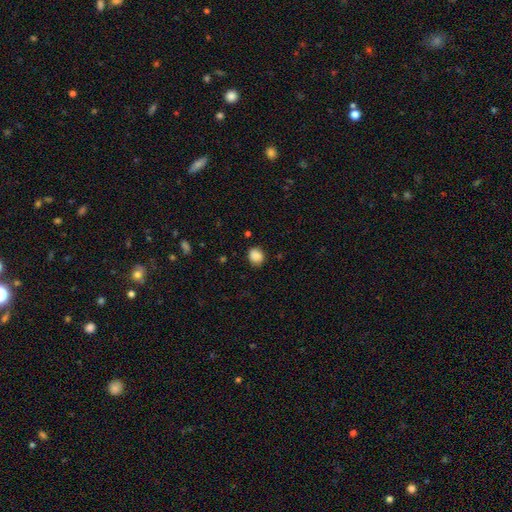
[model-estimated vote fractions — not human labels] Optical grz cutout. It shows a smooth galaxy with no disk features (88%) that is round (70%). Merging: none (83%).